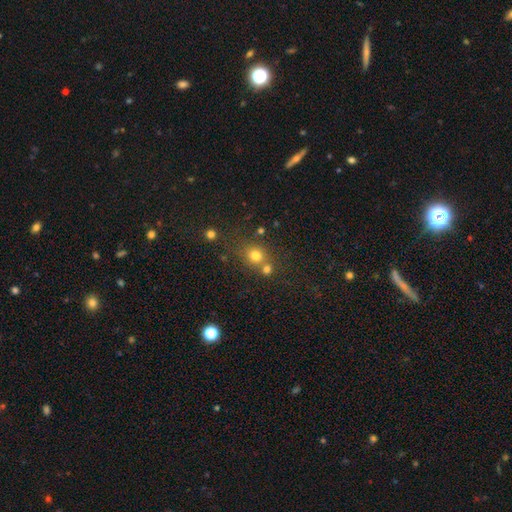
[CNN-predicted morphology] The model was most divided on "merging": none: 57%, merger: 30%, minor disturbance: 9%, major disturbance: 4%. More confident: how rounded — round (80%); smooth or featured — smooth (74%).